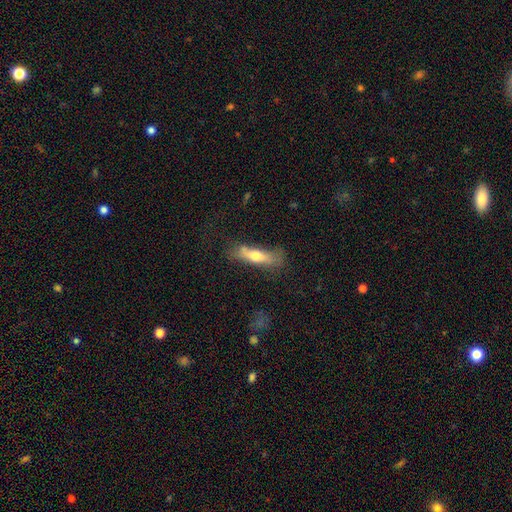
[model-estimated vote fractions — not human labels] The model was most divided on "smooth or featured": smooth: 58%, featured or disk: 36%, star or artifact: 7%. More confident: how rounded — cigar-shaped (69%); merging — none (58%).